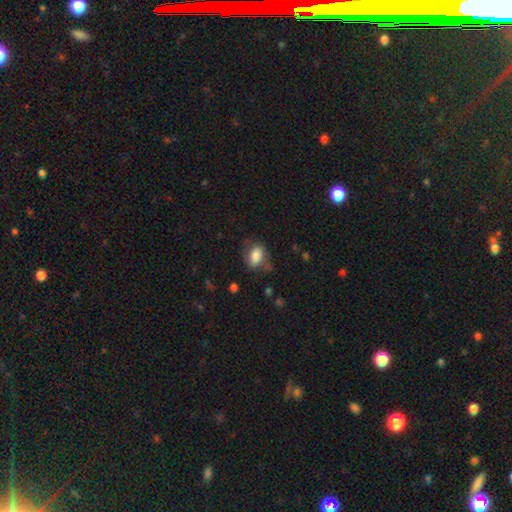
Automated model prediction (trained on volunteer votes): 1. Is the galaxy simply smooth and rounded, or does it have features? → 79% smooth, 14% featured or disk, 8% star or artifact.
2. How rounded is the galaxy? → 83% in between, 15% round, 2% cigar-shaped.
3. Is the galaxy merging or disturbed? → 61% none, 25% minor disturbance, 12% major disturbance, 3% merger.